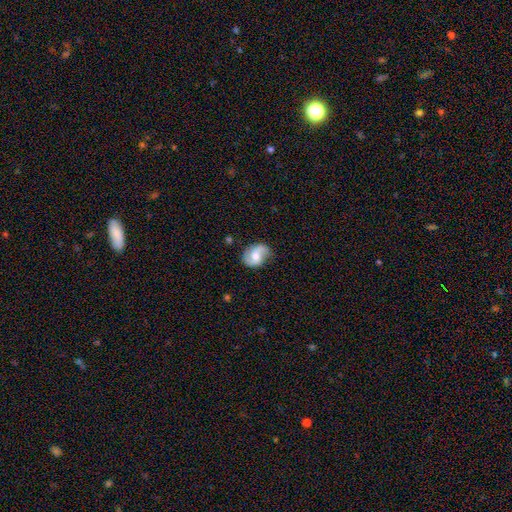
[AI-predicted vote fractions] Morphology: type=featured or disk (66%); edge-on=no (98%); bar=weak (46%); spiral arms=yes (93%); winding=loose (49%); arm count=2 (87%); bulge=moderate (52%); merging=none (70%).